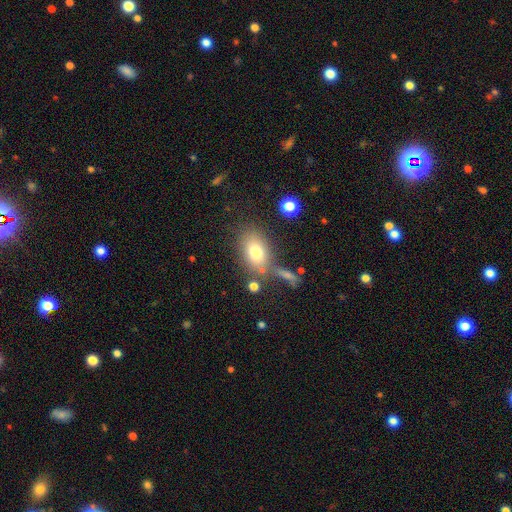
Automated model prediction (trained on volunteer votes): A smooth galaxy with no disk features (76%) that is in between round and cigar-shaped (83%).

Vote fractions:
- Smooth or featured? smooth: 76% / featured or disk: 14% / star or artifact: 10%
- How rounded? in between: 83% / round: 15% / cigar-shaped: 3%
- Merging? none: 64% / minor disturbance: 15% / merger: 13% / major disturbance: 8%